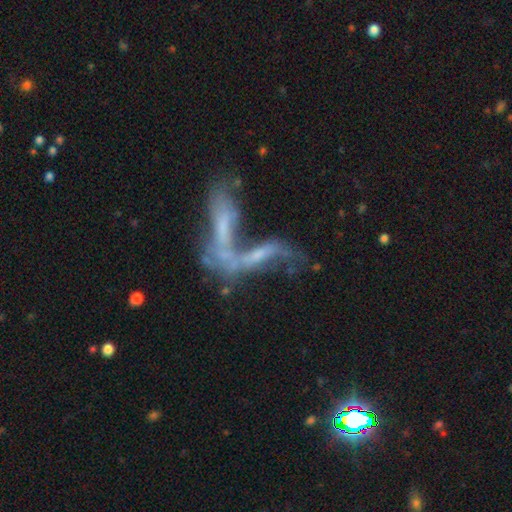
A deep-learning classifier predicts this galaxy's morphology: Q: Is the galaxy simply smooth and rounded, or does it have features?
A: featured or disk — 61%.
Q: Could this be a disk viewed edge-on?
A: no — 80%.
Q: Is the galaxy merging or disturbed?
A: merger — 66%.